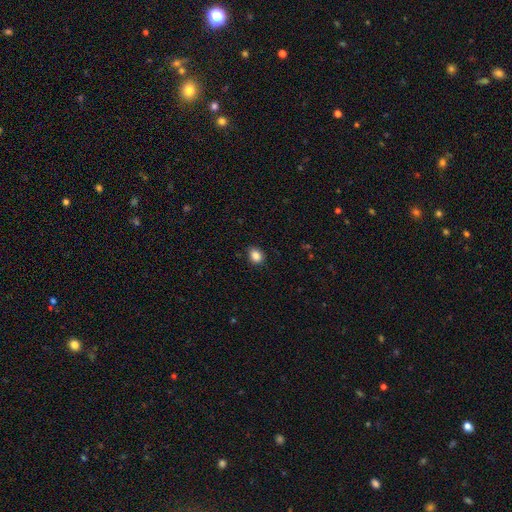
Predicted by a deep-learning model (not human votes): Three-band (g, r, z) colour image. It shows a smooth galaxy with no disk features (87%) that is in between round and cigar-shaped (58%). Merging: none (86%).